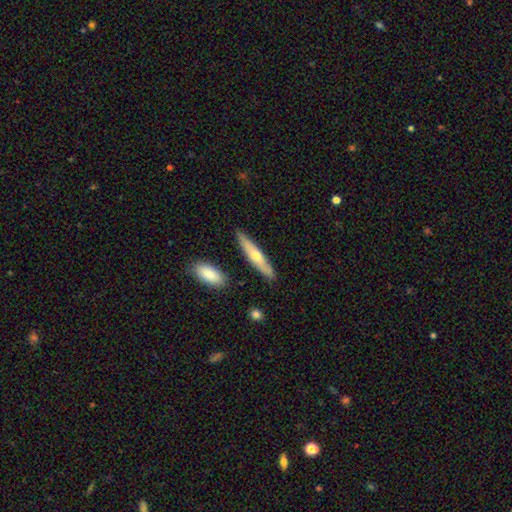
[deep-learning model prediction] Smooth or featured?
  - featured or disk: 47% * (tied)
  - smooth: 47% * (tied)
  - star or artifact: 6%
Merging?
  - none: 86% *
  - minor disturbance: 9%
  - merger: 3%
  - major disturbance: 2%